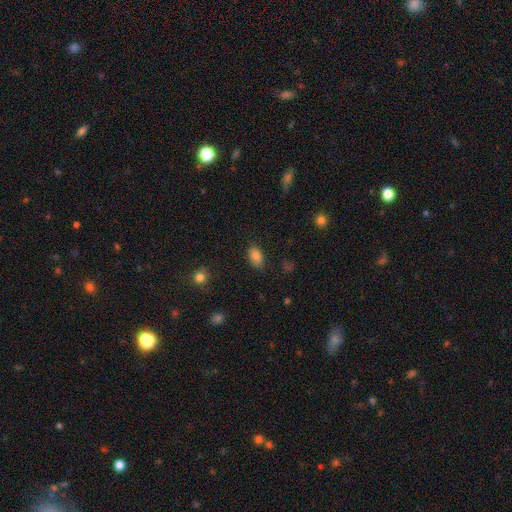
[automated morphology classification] smooth-or-featured: smooth: 83% | star or artifact: 10% | featured or disk: 7%
  how-rounded: in between: 87% | round: 11% | cigar-shaped: 2%
  merging: none: 79% | minor disturbance: 16% | major disturbance: 3% | merger: 1%